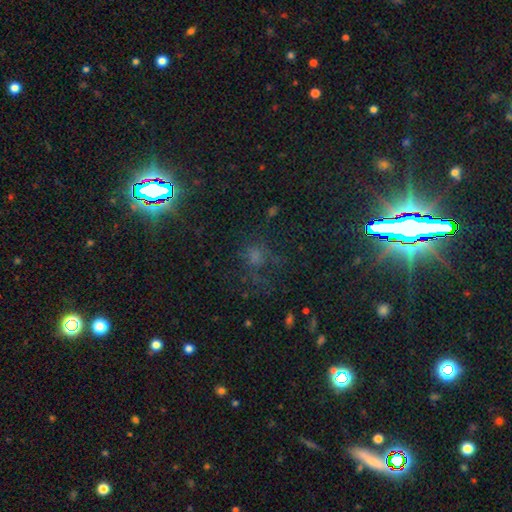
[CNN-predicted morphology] smooth 43%, star or artifact 41%, featured or disk 17%. Down the decision tree: merging — none (54%).